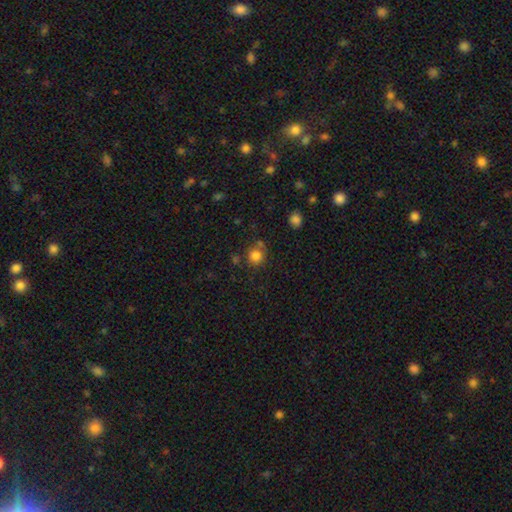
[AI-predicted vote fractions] This appears to be a smooth galaxy with no disk features (82%) that is round (90%). Merging: none (70%).